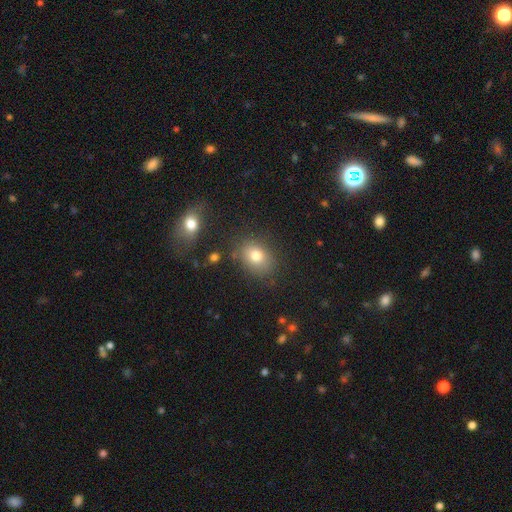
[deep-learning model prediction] This is likely a smooth galaxy (78%). How rounded: possibly in between (60%). Merging: likely none (79%).